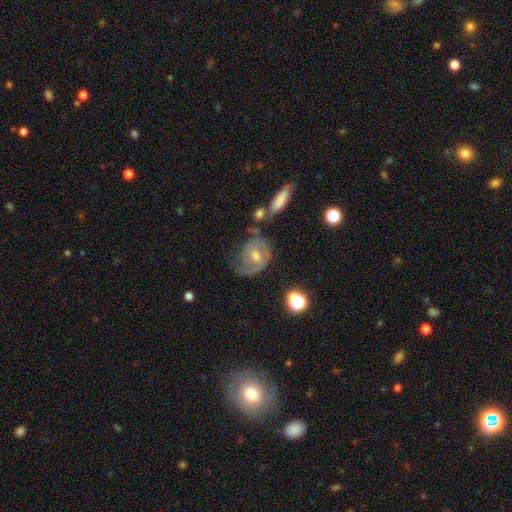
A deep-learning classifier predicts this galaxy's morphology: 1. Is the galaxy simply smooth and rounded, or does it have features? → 64% featured or disk, 27% smooth, 9% star or artifact.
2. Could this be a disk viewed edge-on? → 95% no, 5% yes.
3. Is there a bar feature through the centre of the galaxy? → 55% no, 37% weak, 8% strong.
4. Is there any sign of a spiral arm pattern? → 78% yes, 22% no.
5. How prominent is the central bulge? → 59% moderate, 33% small, 4% large, 3% none, 1% dominant.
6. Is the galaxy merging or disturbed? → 49% none, 25% minor disturbance, 17% major disturbance, 9% merger.